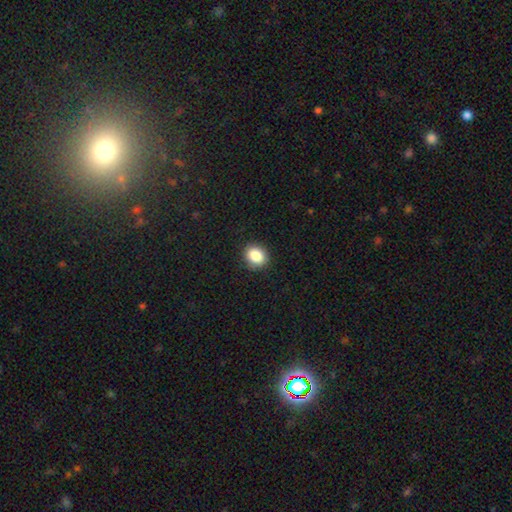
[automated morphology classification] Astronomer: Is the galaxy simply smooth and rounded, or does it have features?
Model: smooth — 86%.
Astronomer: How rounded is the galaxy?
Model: round — 62% (runner-up: in between, 37%).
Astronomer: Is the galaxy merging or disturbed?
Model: none — 90%.